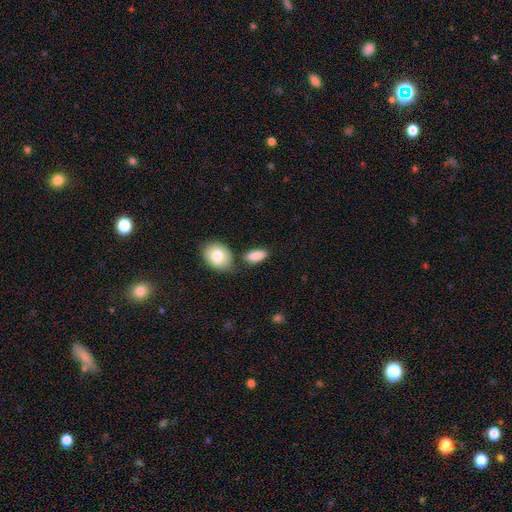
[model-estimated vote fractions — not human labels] Morphology: type=smooth (87%); roundness=in between (90%); merging=none (69%).